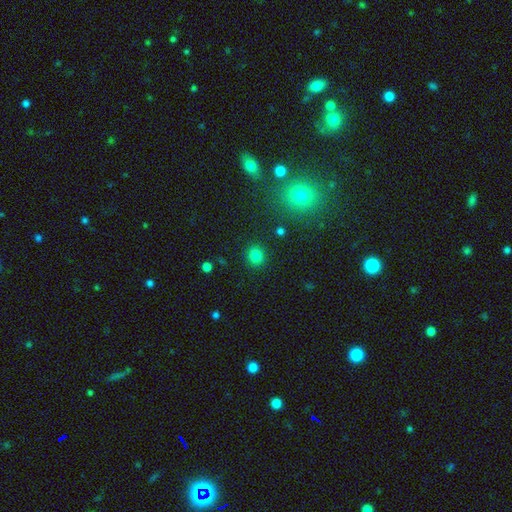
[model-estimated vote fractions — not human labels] smooth-or-featured: smooth: 81% | star or artifact: 13% | featured or disk: 5%
  how-rounded: round: 82% | in between: 17% | cigar-shaped: 1%
  merging: none: 89% | minor disturbance: 7% | major disturbance: 3% | merger: 2%